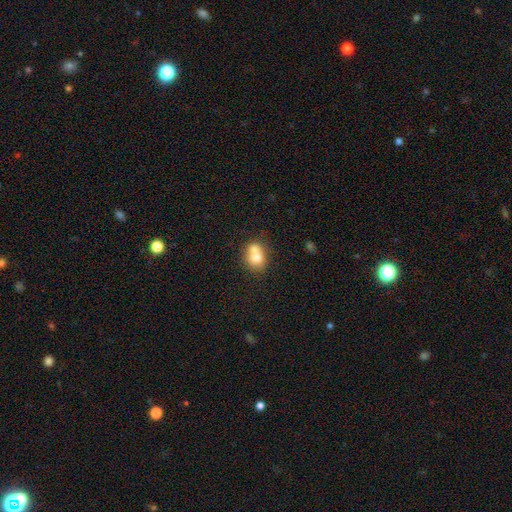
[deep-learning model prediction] Smooth or featured? Predicted: smooth (p=0.71). How rounded? Predicted: round (p=0.51). Merging? Predicted: merger (p=0.52).